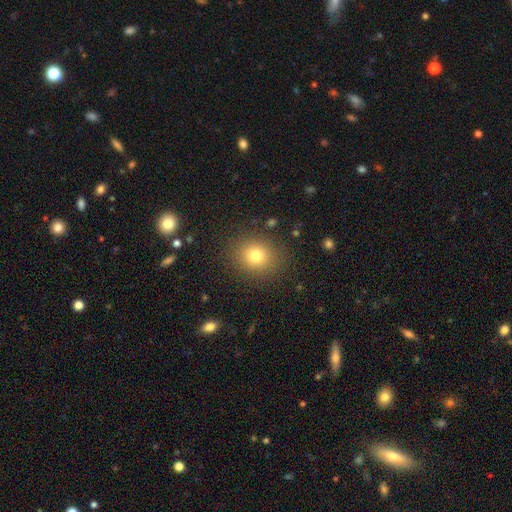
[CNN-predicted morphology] Smooth or featured?
  - smooth: 76% *
  - star or artifact: 14%
  - featured or disk: 9%
How rounded?
  - round: 77% *
  - in between: 22%
  - cigar-shaped: 1%
Merging?
  - none: 87% *
  - minor disturbance: 8%
  - major disturbance: 4%
  - merger: 1%